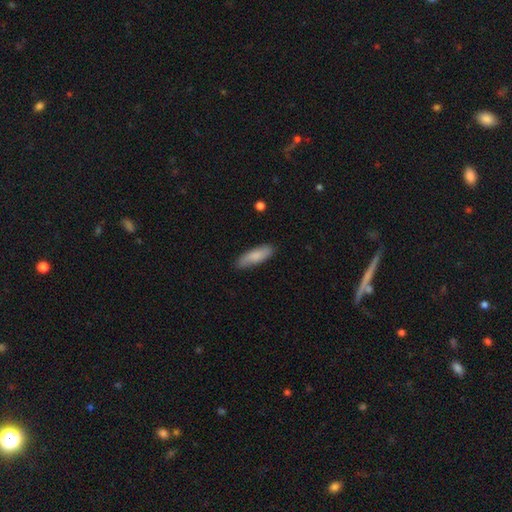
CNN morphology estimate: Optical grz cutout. It shows a smooth galaxy with no disk features (83%) that is in between round and cigar-shaped (56%). Merging: none (83%).